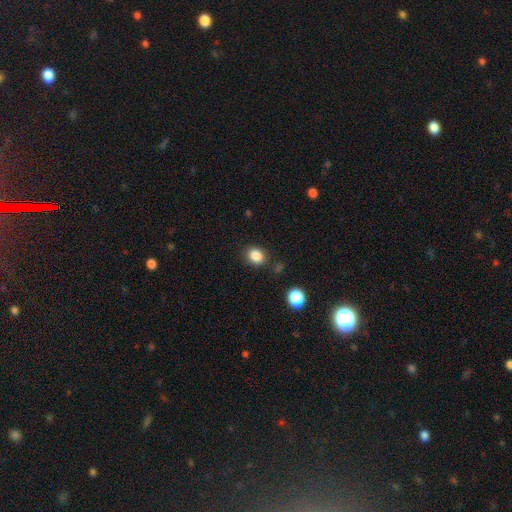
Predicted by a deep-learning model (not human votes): smooth-or-featured: smooth: 85% | star or artifact: 11% | featured or disk: 4%
  how-rounded: round: 57% | in between: 42% | cigar-shaped: 1%
  merging: none: 83% | minor disturbance: 10% | merger: 3% | major disturbance: 3%